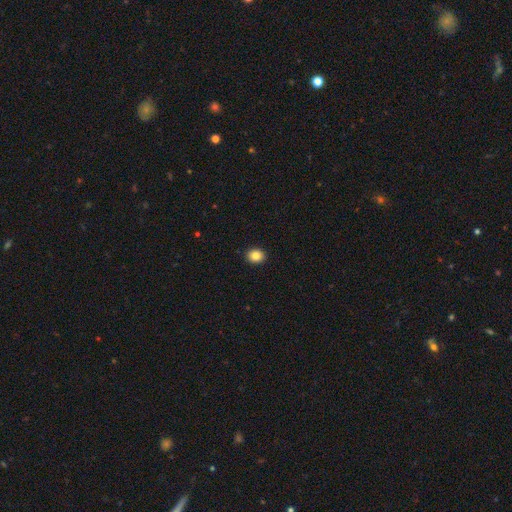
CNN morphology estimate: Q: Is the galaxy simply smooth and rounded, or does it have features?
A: smooth — 84%.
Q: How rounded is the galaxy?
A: round — 60%.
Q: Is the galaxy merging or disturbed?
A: none — 92%.